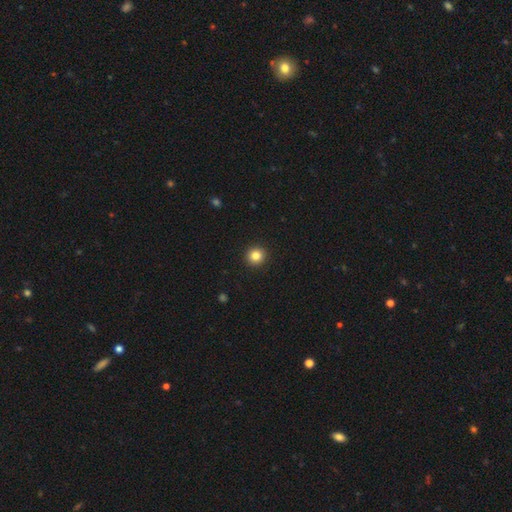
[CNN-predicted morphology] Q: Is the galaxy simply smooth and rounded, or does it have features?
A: smooth — 84%.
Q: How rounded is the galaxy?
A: round — 94%.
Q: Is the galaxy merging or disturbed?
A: none — 93%.